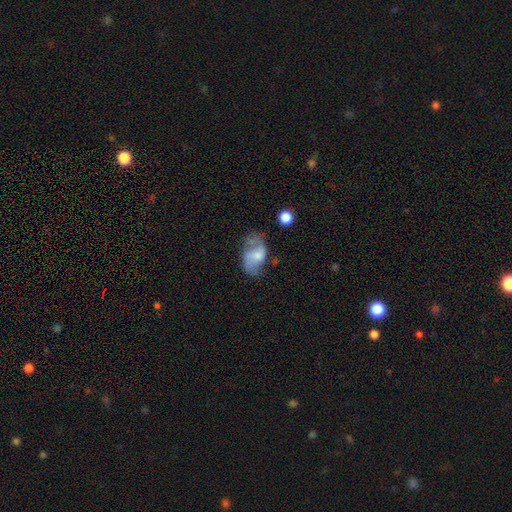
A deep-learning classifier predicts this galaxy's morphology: This appears to be a smooth galaxy with no disk features (47%). Merging: none (43%).